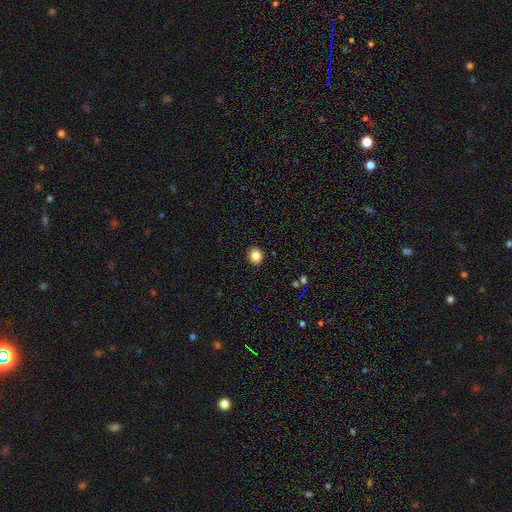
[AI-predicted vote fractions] A smooth galaxy with no disk features (83%) that is round (85%).

Vote fractions:
- Smooth or featured? smooth: 83% / star or artifact: 11% / featured or disk: 5%
- How rounded? round: 85% / in between: 14% / cigar-shaped: 1%
- Merging? none: 92% / minor disturbance: 5% / major disturbance: 2% / merger: 1%